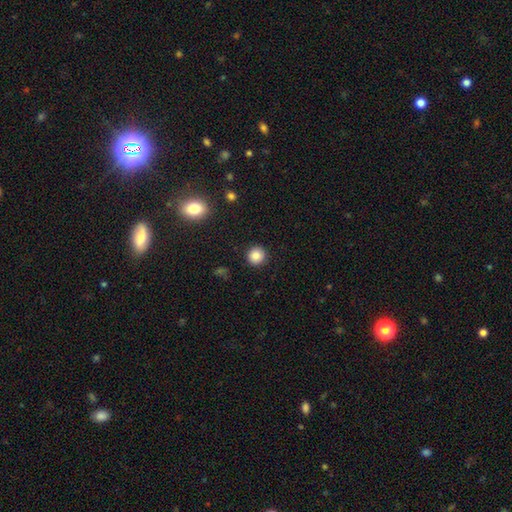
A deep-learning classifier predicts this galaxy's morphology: This is clearly a smooth galaxy (85%). How rounded: clearly round (93%). Merging: clearly none (92%).